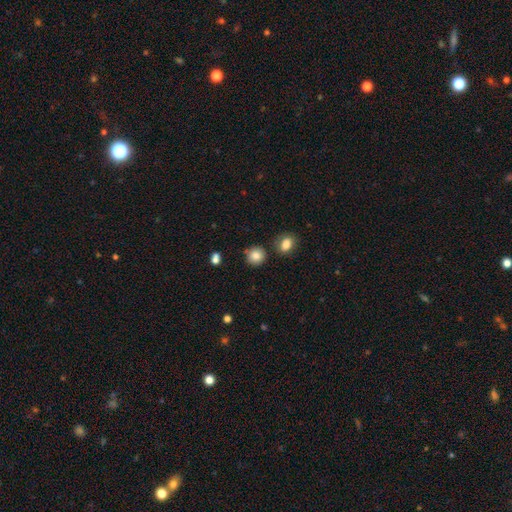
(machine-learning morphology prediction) Smooth or featured? smooth (84%)
How rounded? round (87%)
Merging? none (79%)